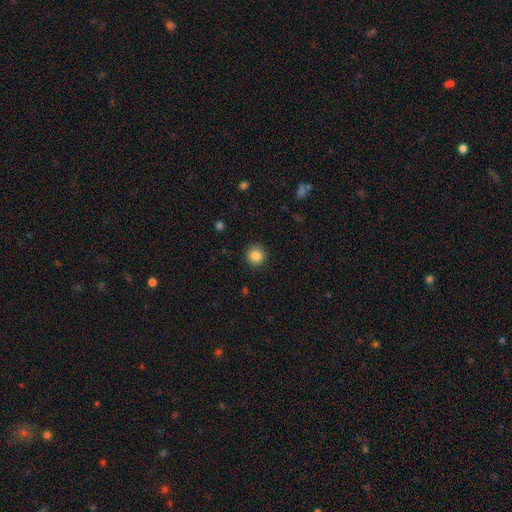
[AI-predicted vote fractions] A smooth galaxy with no disk features (85%) that is round (94%).

Vote fractions:
- Smooth or featured? smooth: 85% / star or artifact: 10% / featured or disk: 5%
- How rounded? round: 94% / in between: 5% / cigar-shaped: 1%
- Merging? none: 91% / minor disturbance: 6% / major disturbance: 2% / merger: 1%